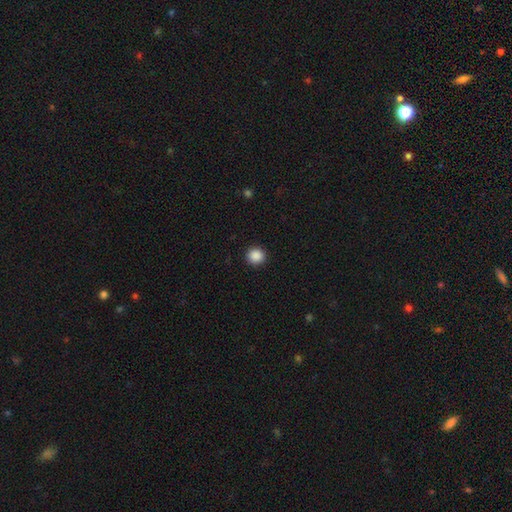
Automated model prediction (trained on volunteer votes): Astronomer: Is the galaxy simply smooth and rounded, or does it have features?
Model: smooth — 88%.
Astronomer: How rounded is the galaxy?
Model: round — 93%.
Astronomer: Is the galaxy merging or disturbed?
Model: none — 92%.